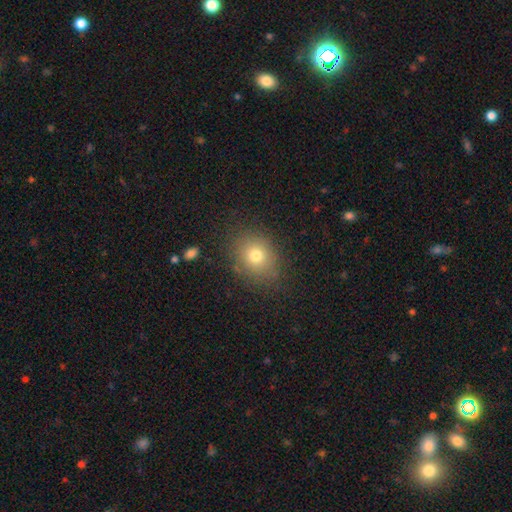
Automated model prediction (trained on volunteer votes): smooth-or-featured: smooth: 75% | star or artifact: 13% | featured or disk: 12%
  how-rounded: round: 60% | in between: 39% | cigar-shaped: 1%
  merging: none: 82% | minor disturbance: 12% | major disturbance: 5% | merger: 2%